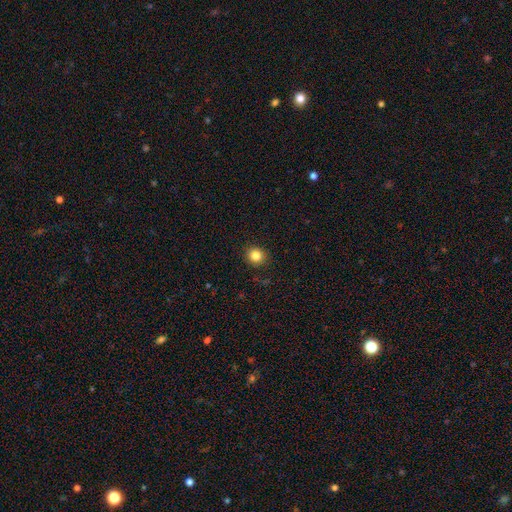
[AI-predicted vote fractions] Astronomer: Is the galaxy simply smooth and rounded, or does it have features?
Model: smooth — 84%.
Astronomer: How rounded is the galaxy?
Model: round — 87%.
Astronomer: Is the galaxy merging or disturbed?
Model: none — 90%.